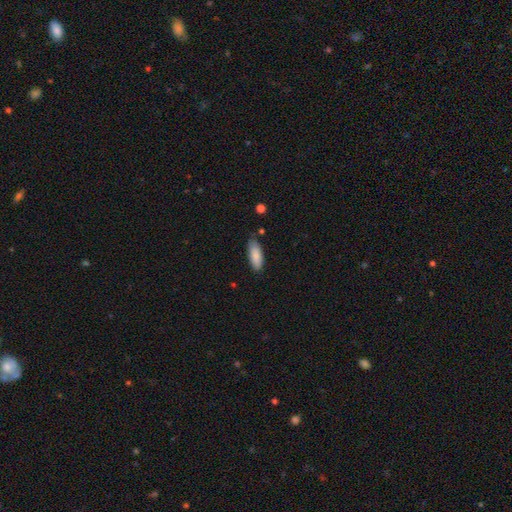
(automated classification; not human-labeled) This appears to be a smooth galaxy with no disk features (87%) that is in between round and cigar-shaped (74%). Merging: none (79%).